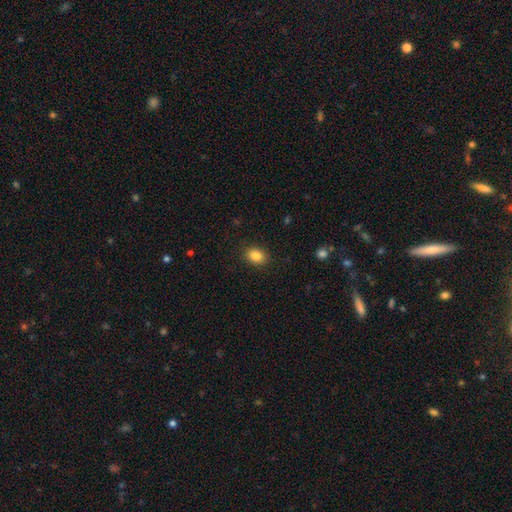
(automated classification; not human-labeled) Smooth or featured: smooth — 86% (star or artifact — 9%)
How rounded: in between — 64% (round — 35%)
Merging: none — 88% (minor disturbance — 8%)